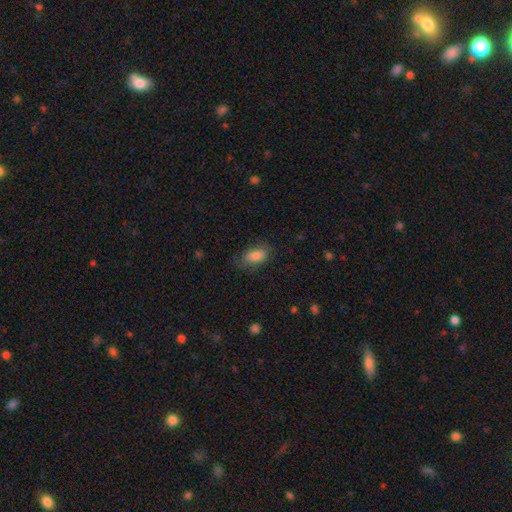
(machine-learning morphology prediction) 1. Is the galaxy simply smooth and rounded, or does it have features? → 80% smooth, 13% featured or disk, 7% star or artifact.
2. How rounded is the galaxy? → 91% in between, 5% cigar-shaped, 5% round.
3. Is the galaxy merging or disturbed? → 69% none, 21% minor disturbance, 9% major disturbance, 1% merger.